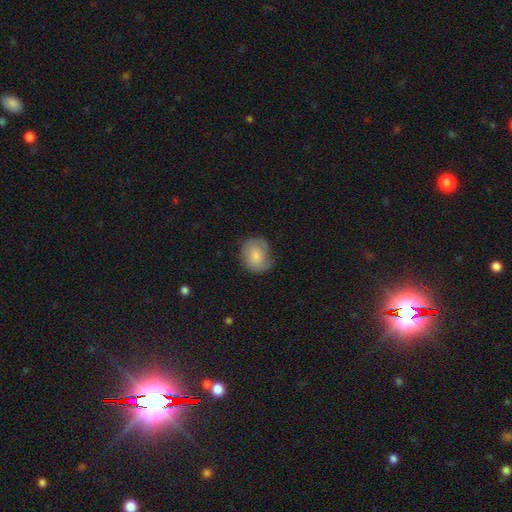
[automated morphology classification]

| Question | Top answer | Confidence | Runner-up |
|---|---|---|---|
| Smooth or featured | smooth | 73% | featured or disk (20%) |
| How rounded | round | 65% | in between (34%) |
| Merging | none | 62% | minor disturbance (28%) |